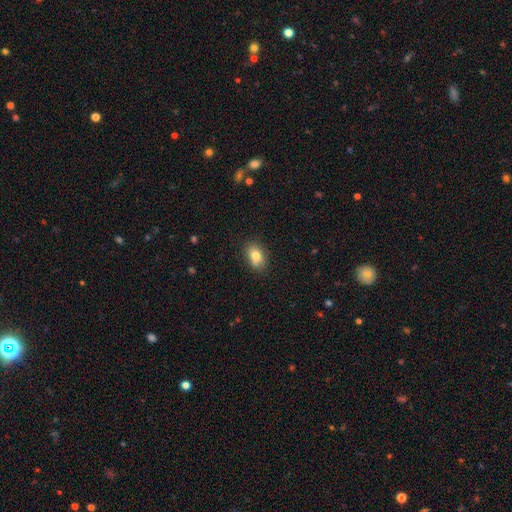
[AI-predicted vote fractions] This appears to be a smooth galaxy with no disk features (78%) that is in between round and cigar-shaped (80%). Merging: none (76%).